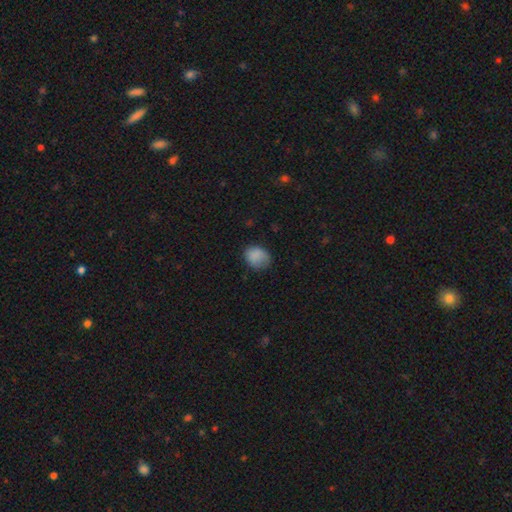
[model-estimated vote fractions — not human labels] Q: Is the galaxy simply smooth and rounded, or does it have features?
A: smooth — 84%.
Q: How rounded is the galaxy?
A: round — 51%.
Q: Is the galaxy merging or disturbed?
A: none — 64%.